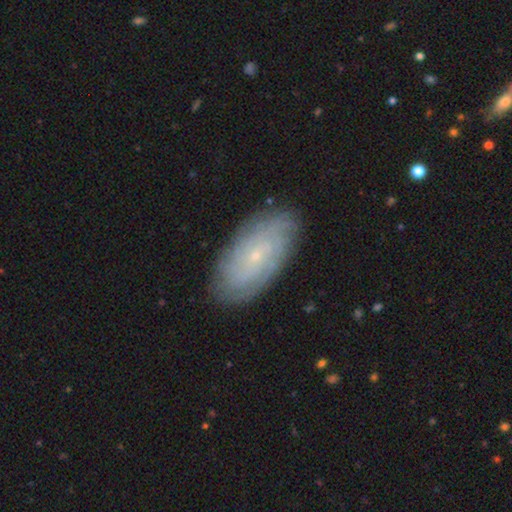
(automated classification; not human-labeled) Morphology: type=featured or disk (69%); edge-on=no (93%); bar=no (75%); spiral arms=yes (88%); winding=tight (74%); arm count=can't tell (55%); bulge=small (87%); merging=none (85%).